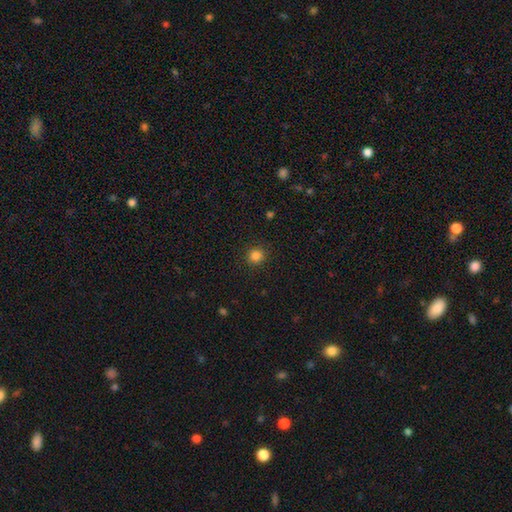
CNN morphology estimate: smooth_or_featured: smooth (p=0.83) [alt: star or artifact p=0.13]
how_rounded: round (p=0.91) [alt: in between p=0.08]
merging: none (p=0.90) [alt: minor disturbance p=0.06]